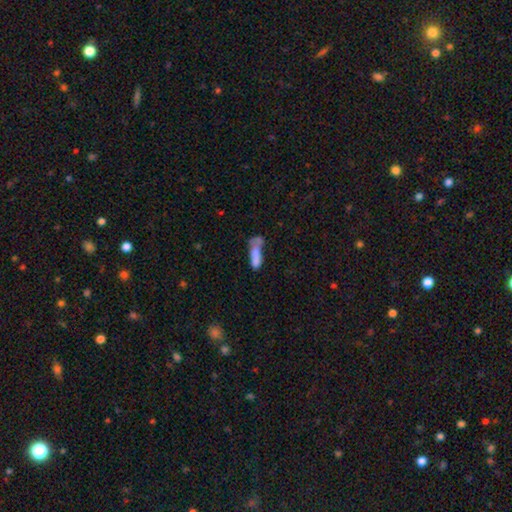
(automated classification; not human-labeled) smooth 69%, featured or disk 21%, star or artifact 10%. Down the decision tree: how rounded — in between (52%); merging — merger (33%).